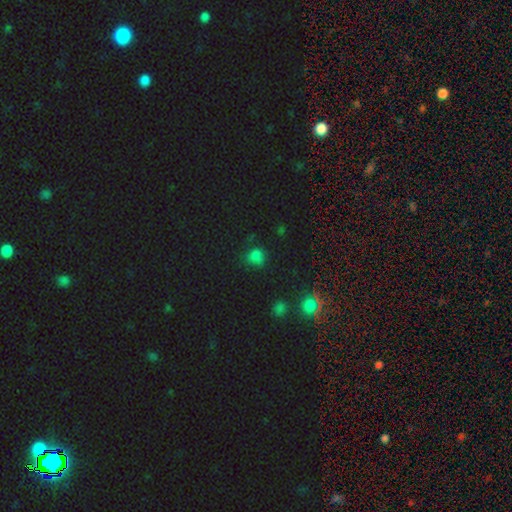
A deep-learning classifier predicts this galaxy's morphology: Smooth or featured?
  - smooth: 62% *
  - star or artifact: 32%
  - featured or disk: 6%
How rounded?
  - round: 67% *
  - in between: 32%
  - cigar-shaped: 2%
Merging?
  - none: 64% *
  - minor disturbance: 22%
  - major disturbance: 8%
  - merger: 6%